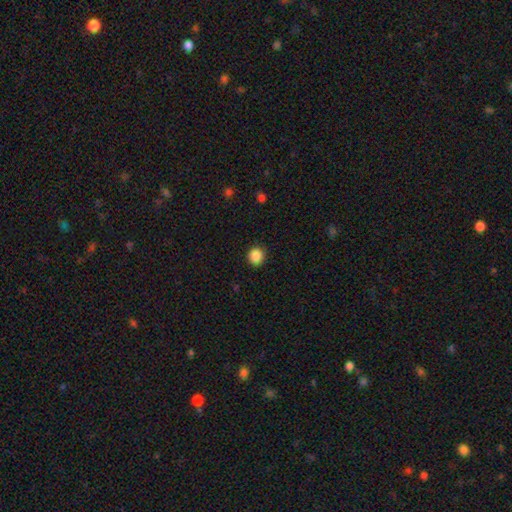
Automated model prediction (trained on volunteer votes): Smooth or featured?
  - smooth: 87% *
  - star or artifact: 10%
  - featured or disk: 3%
How rounded?
  - round: 89% *
  - in between: 10%
  - cigar-shaped: 1%
Merging?
  - none: 91% *
  - minor disturbance: 6%
  - major disturbance: 2%
  - merger: 1%